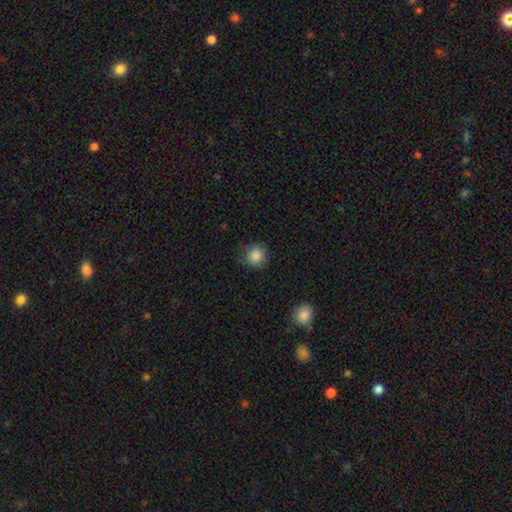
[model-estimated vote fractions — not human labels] smooth-or-featured: smooth: 87% | star or artifact: 9% | featured or disk: 4%
  how-rounded: round: 90% | in between: 9% | cigar-shaped: 1%
  merging: none: 79% | minor disturbance: 16% | major disturbance: 3% | merger: 1%